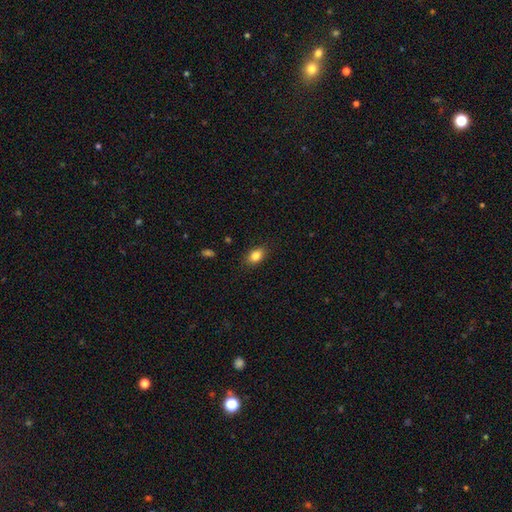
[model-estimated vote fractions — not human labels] smooth 84%, star or artifact 9%, featured or disk 7%. Down the decision tree: how rounded — in between (81%); merging — none (86%).